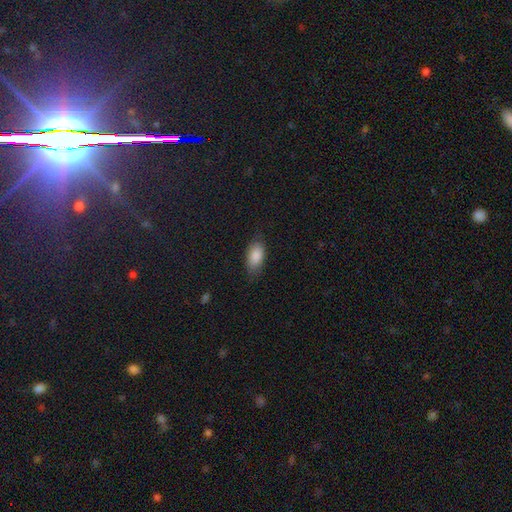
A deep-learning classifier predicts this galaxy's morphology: This is clearly a smooth galaxy (86%). How rounded: clearly in between (91%). Merging: likely none (76%).